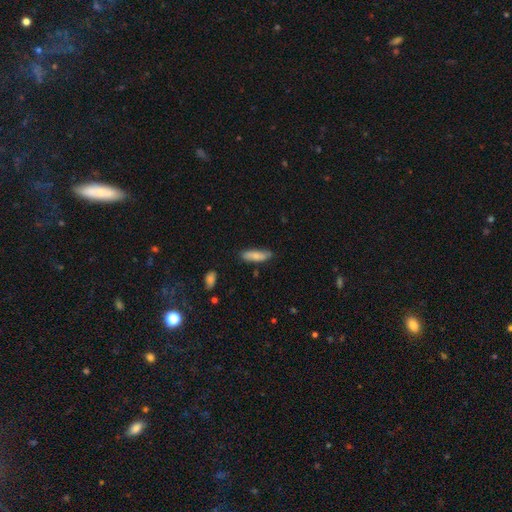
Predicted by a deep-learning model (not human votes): Q: Smooth or featured?
A: smooth (79%); runner-up: featured or disk (15%)
Q: How rounded?
A: cigar-shaped (53%); runner-up: in between (45%)
Q: Merging?
A: none (76%); runner-up: minor disturbance (19%)